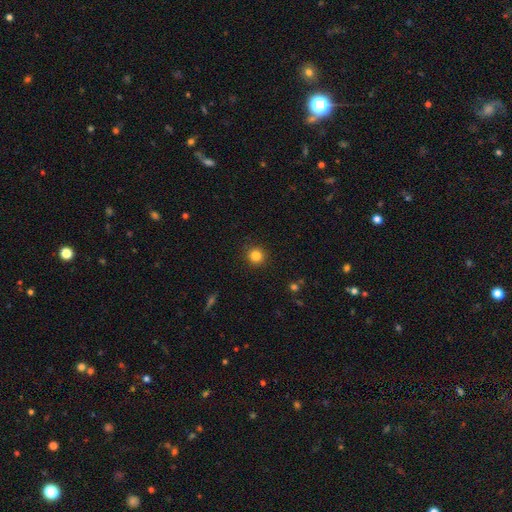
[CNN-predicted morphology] Smooth or featured? Predicted: smooth (p=0.84). How rounded? Predicted: round (p=0.94). Merging? Predicted: none (p=0.91).